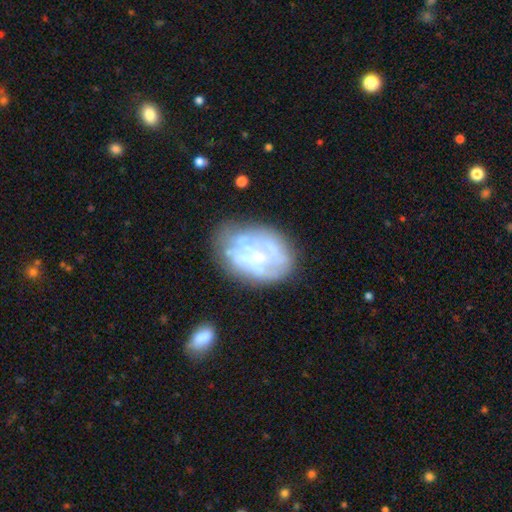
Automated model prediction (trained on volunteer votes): smooth-or-featured: featured or disk: 69% | smooth: 23% | star or artifact: 8%
  disk-edge-on: no: 98% | yes: 2%
    bar: no: 73% | weak: 21% | strong: 6%
    has-spiral-arms: no: 56% | yes: 44%
    bulge-size: small: 45% | none: 27% | moderate: 23% | large: 3% | dominant: 2%
  merging: none: 55% | minor disturbance: 24% | major disturbance: 15% | merger: 6%